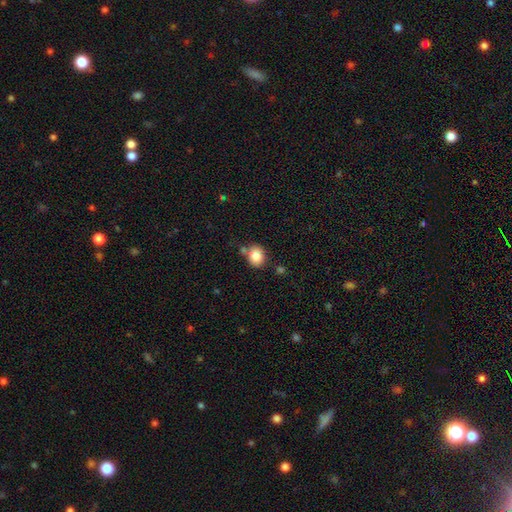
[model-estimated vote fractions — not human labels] smooth_or_featured: smooth (p=0.84) [alt: star or artifact p=0.09]
how_rounded: round (p=0.63) [alt: in between p=0.37]
merging: none (p=0.66) [alt: minor disturbance p=0.16]